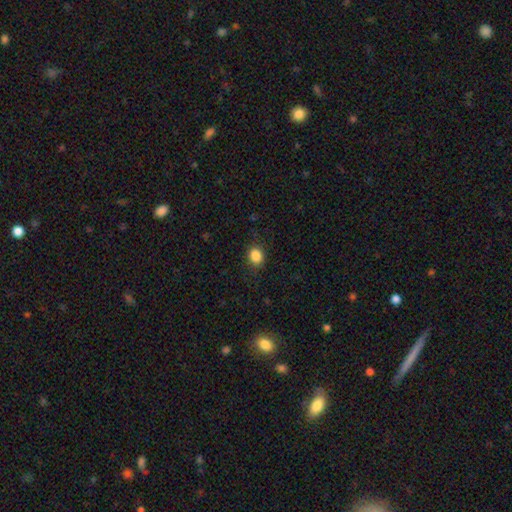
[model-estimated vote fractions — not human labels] This appears to be a smooth galaxy with no disk features (86%) that is round (59%). Merging: none (84%).